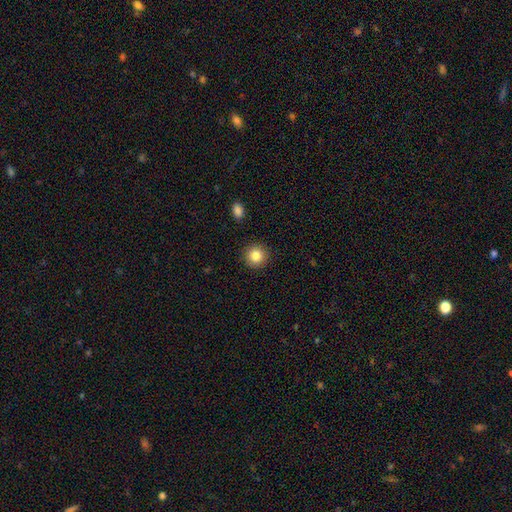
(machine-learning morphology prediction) Smooth or featured? Predicted: smooth (p=0.84). How rounded? Predicted: round (p=0.94). Merging? Predicted: none (p=0.91).